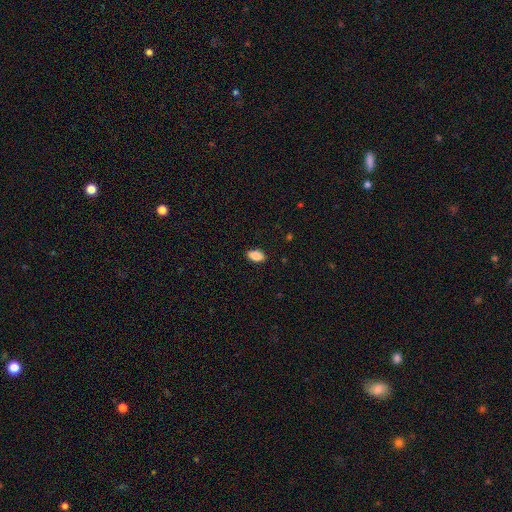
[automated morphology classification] This is clearly a smooth galaxy (87%). How rounded: clearly in between (92%). Merging: clearly none (89%).